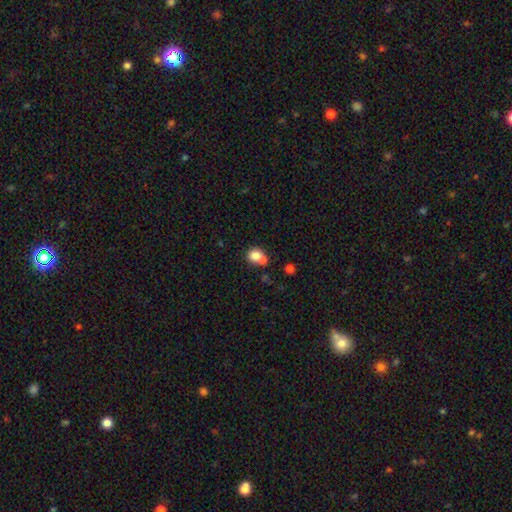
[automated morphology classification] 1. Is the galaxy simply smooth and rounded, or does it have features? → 79% smooth, 11% featured or disk, 10% star or artifact.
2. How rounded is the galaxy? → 74% round, 25% in between, 1% cigar-shaped.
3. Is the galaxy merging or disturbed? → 44% merger, 42% none, 10% minor disturbance, 4% major disturbance.